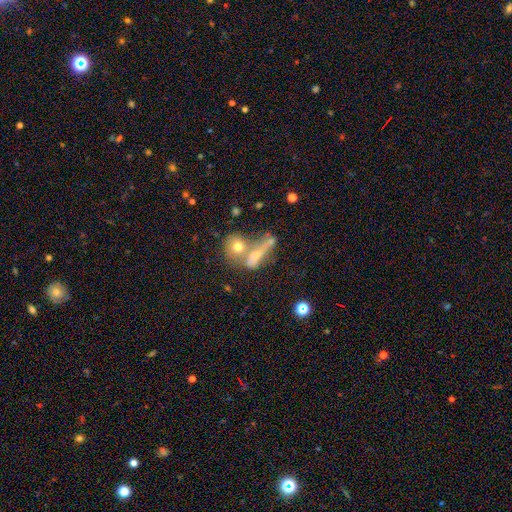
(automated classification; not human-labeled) This is possibly a smooth galaxy (56%). How rounded: marginally in between (43%). Merging: possibly merger (57%).